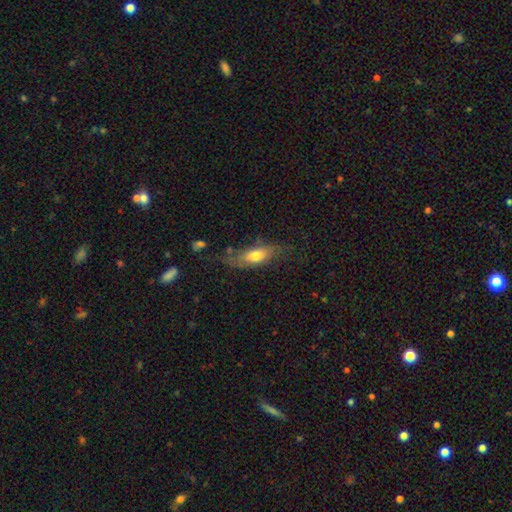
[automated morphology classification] Smooth or featured?
  - smooth: 64% *
  - featured or disk: 28%
  - star or artifact: 7%
How rounded?
  - in between: 69% *
  - cigar-shaped: 27%
  - round: 4%
Merging?
  - none: 53% *
  - minor disturbance: 27%
  - major disturbance: 16%
  - merger: 4%